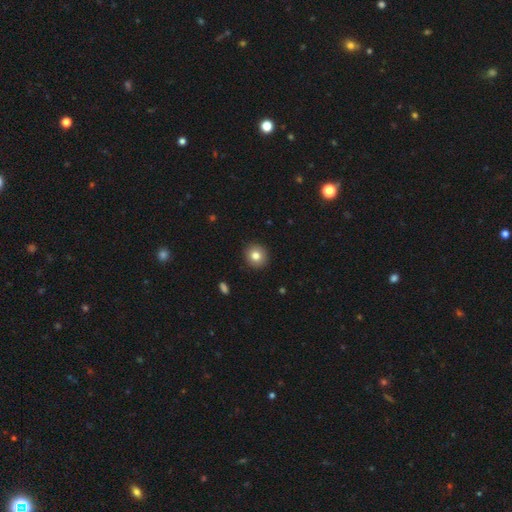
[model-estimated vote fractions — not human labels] smooth-or-featured: smooth: 82% | star or artifact: 10% | featured or disk: 9%
  how-rounded: round: 88% | in between: 11% | cigar-shaped: 1%
  merging: none: 92% | minor disturbance: 6% | major disturbance: 2% | merger: 1%